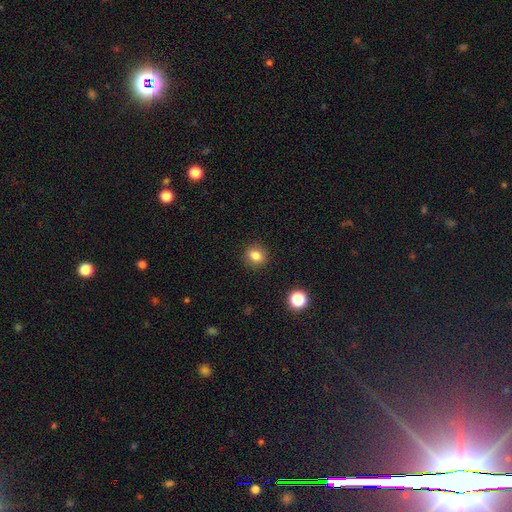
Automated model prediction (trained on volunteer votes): Smooth or featured: smooth — 82% (star or artifact — 12%)
How rounded: round — 68% (in between — 31%)
Merging: none — 89% (minor disturbance — 7%)